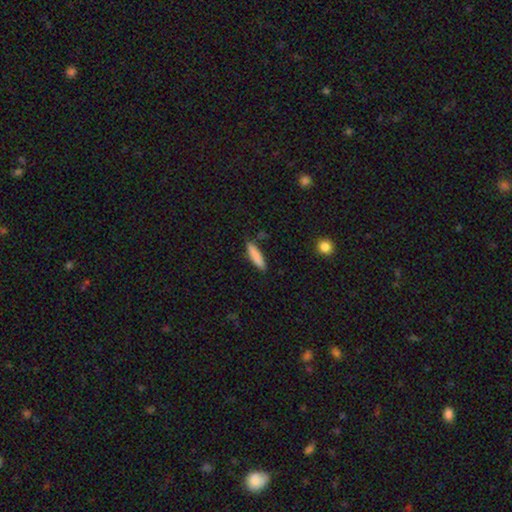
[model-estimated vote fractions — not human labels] Morphology: type=smooth (85%); roundness=cigar-shaped (75%); merging=none (82%).